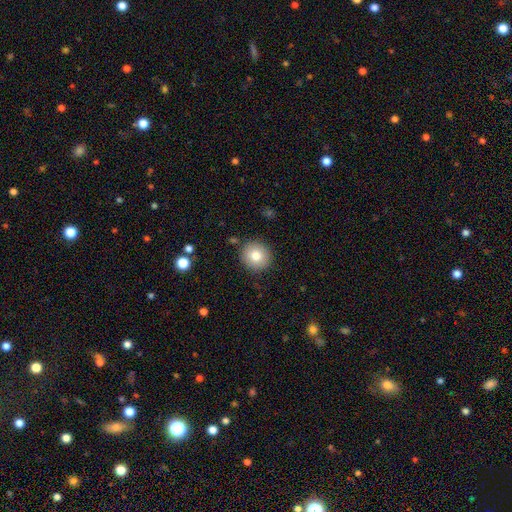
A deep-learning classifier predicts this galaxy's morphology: A smooth galaxy with no disk features (80%) that is round (92%).

Vote fractions:
- Smooth or featured? smooth: 80% / featured or disk: 11% / star or artifact: 10%
- How rounded? round: 92% / in between: 7% / cigar-shaped: 1%
- Merging? none: 89% / minor disturbance: 7% / major disturbance: 2% / merger: 2%